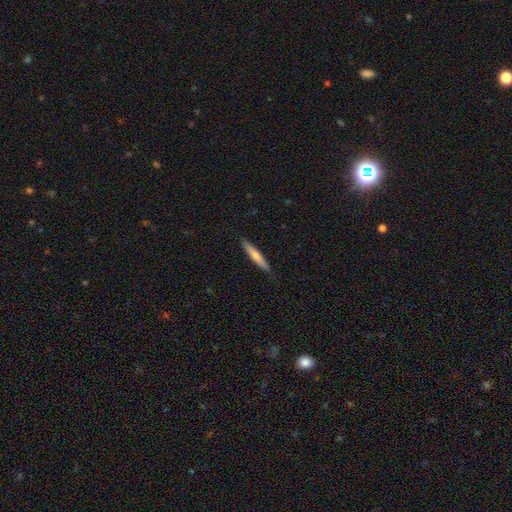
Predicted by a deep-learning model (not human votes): This appears to be a smooth galaxy with no disk features (66%) that is cigar-shaped (92%). Merging: none (89%).